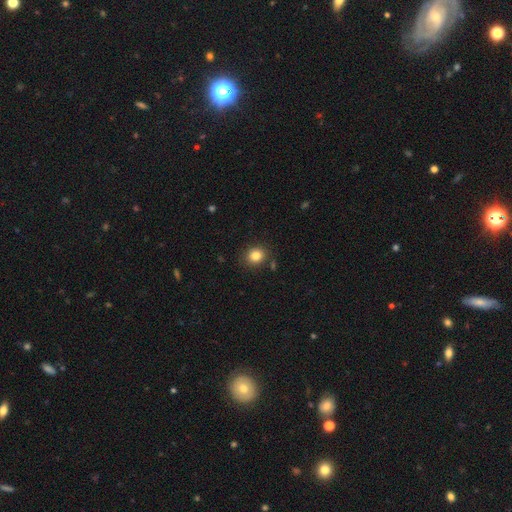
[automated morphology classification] smooth 83%, star or artifact 11%, featured or disk 6%. Down the decision tree: how rounded — round (73%); merging — none (85%).